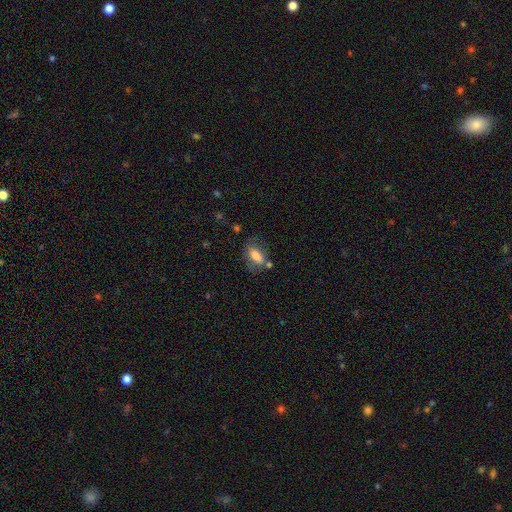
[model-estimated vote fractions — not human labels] This appears to be a smooth galaxy with no disk features (74%) that is in between round and cigar-shaped (80%). Merging: none (59%).